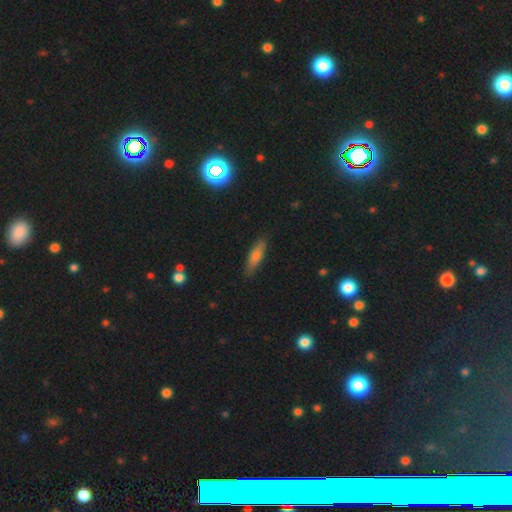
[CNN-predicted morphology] This is likely a smooth galaxy (61%). How rounded: likely cigar-shaped (62%). Merging: clearly none (86%).